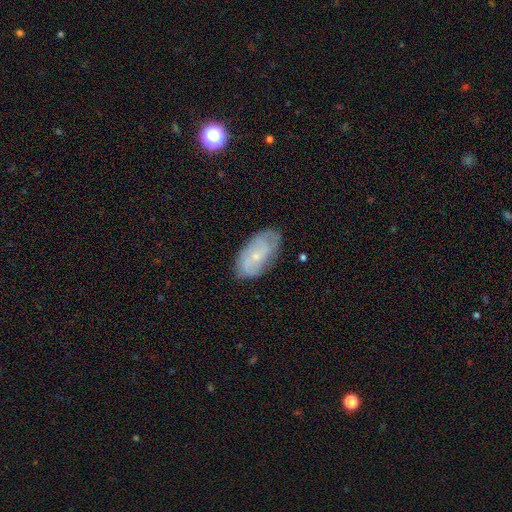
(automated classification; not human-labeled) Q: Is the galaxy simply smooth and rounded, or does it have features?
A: featured or disk — 59%.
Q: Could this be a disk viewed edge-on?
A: no — 94%.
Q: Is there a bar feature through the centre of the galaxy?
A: no — 69%.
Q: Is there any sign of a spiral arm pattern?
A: yes — 81%.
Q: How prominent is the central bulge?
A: small — 75%.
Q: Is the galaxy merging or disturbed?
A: none — 72%.